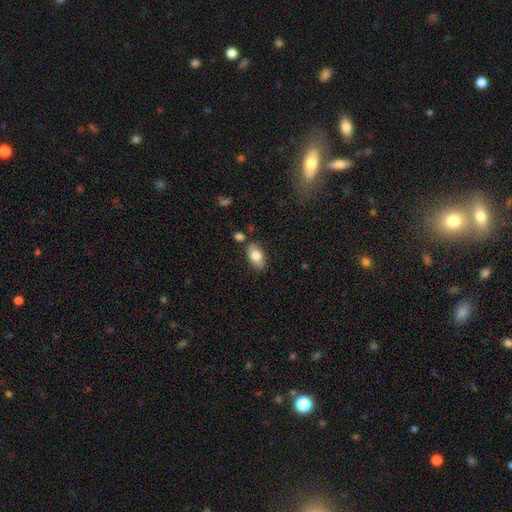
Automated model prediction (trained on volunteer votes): A smooth galaxy with no disk features (78%) that is in between round and cigar-shaped (92%).

Vote fractions:
- Smooth or featured? smooth: 78% / featured or disk: 15% / star or artifact: 7%
- How rounded? in between: 92% / round: 6% / cigar-shaped: 2%
- Merging? none: 80% / minor disturbance: 12% / merger: 5% / major disturbance: 3%